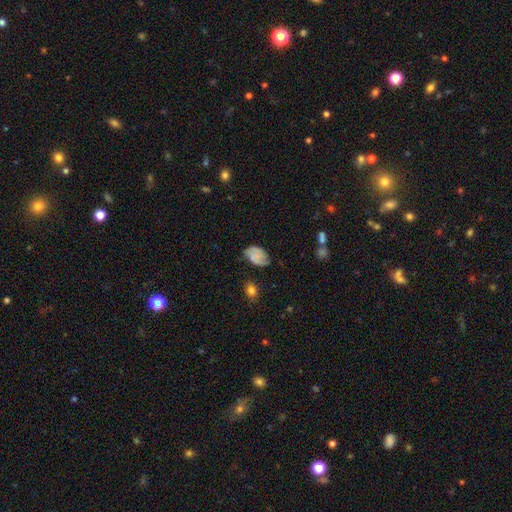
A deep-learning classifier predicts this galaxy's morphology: smooth-or-featured: smooth: 54% | featured or disk: 36% | star or artifact: 9%
  how-rounded: in between: 86% | round: 12% | cigar-shaped: 2%
  merging: none: 55% | minor disturbance: 31% | major disturbance: 11% | merger: 3%